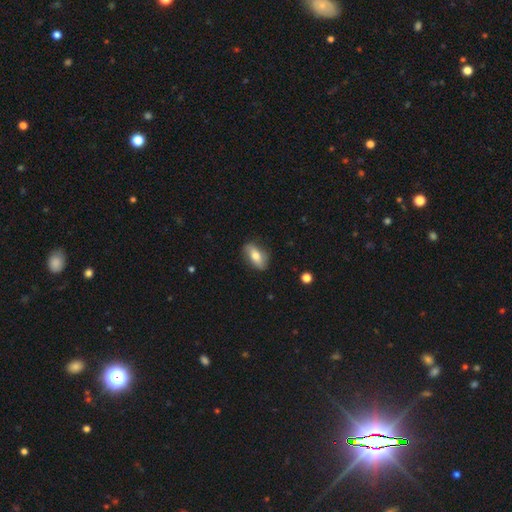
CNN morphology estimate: smooth-or-featured: smooth: 62% | featured or disk: 31% | star or artifact: 7%
  how-rounded: in between: 85% | cigar-shaped: 9% | round: 6%
  merging: none: 78% | minor disturbance: 17% | major disturbance: 4% | merger: 1%